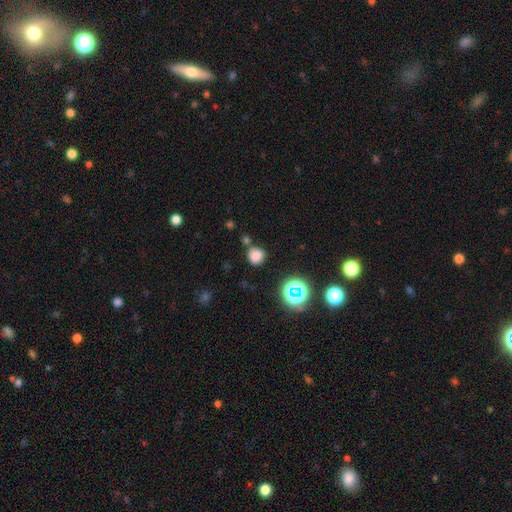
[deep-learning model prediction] Q: Smooth or featured?
A: smooth (76%); runner-up: star or artifact (18%)
Q: How rounded?
A: round (83%); runner-up: in between (16%)
Q: Merging?
A: none (72%); runner-up: minor disturbance (13%)